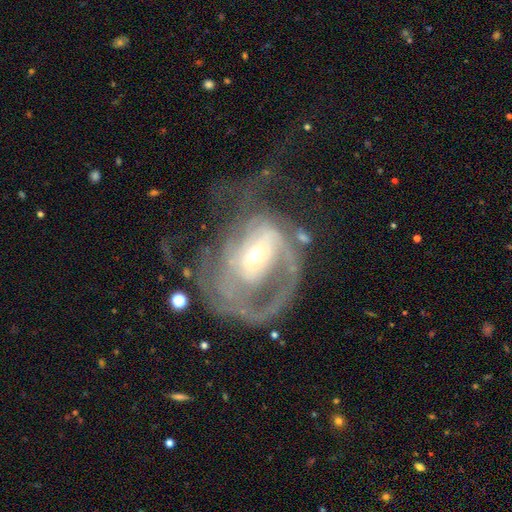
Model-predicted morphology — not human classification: featured or disk 82%, smooth 11%, star or artifact 7%. Down the decision tree: edge-on disk — no (97%); bar — no (51%); spiral arms — yes (82%); spiral arm count — 1 (33%); spiral winding — tight (41%); bulge size — small (51%); merging — major disturbance (54%).